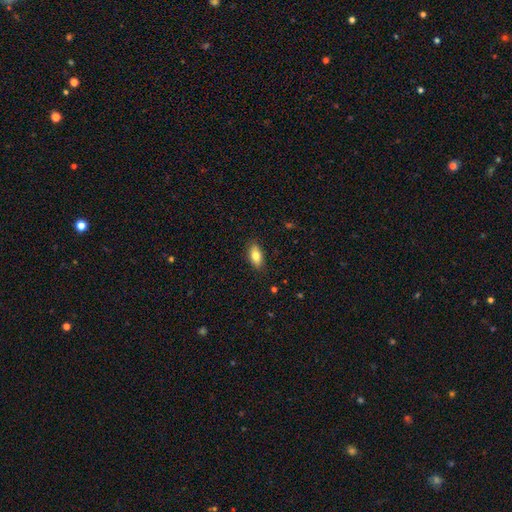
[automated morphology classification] The model was most divided on "smooth or featured": smooth: 81%, featured or disk: 12%, star or artifact: 7%. More confident: how rounded — in between (89%); merging — none (87%).